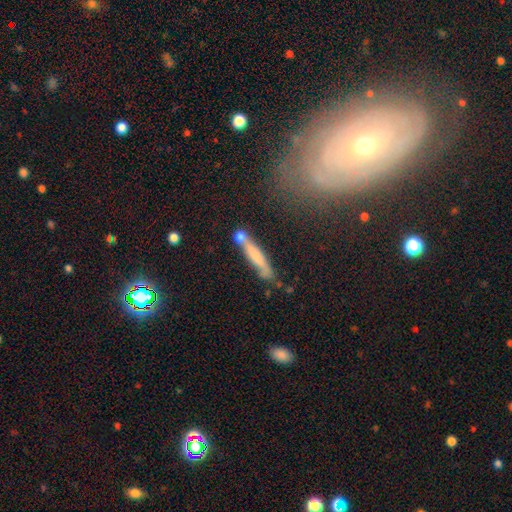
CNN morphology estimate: Smooth or featured?
  - smooth: 59% *
  - featured or disk: 34%
  - star or artifact: 7%
How rounded?
  - cigar-shaped: 91% *
  - in between: 7%
  - round: 2%
Merging?
  - none: 62% *
  - merger: 16%
  - minor disturbance: 16%
  - major disturbance: 5%